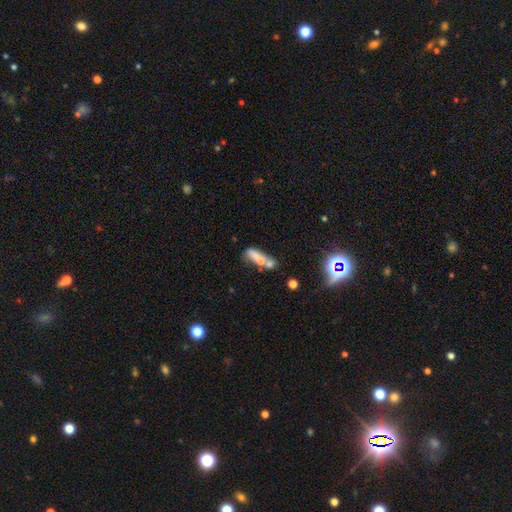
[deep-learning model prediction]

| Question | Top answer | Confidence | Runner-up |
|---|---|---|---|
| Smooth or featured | smooth | 49% | featured or disk (34%) |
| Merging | merger | 50% | none (28%) |